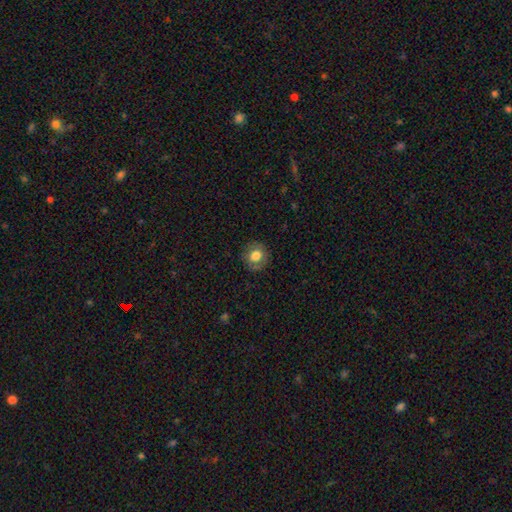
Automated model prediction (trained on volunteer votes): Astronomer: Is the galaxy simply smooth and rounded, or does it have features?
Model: smooth — 73%.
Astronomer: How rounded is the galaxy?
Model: round — 82%.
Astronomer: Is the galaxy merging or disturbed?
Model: none — 84%.